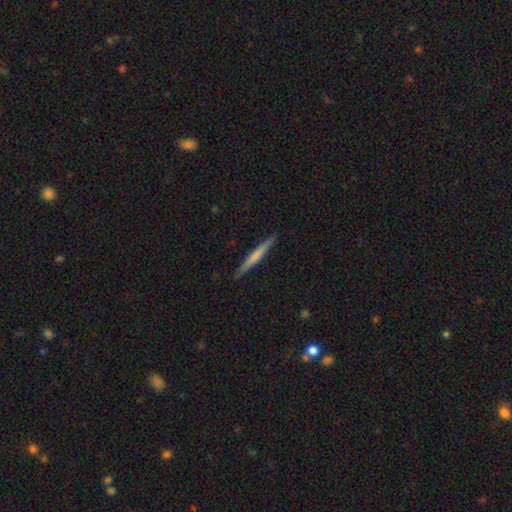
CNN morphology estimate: This appears to be a smooth galaxy with no disk features (52%) that is cigar-shaped (97%). Merging: none (92%).